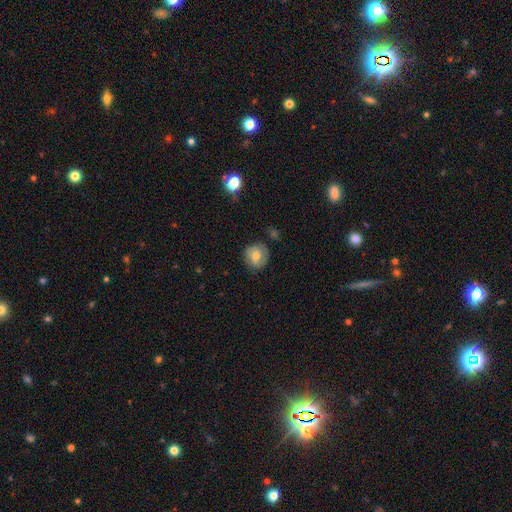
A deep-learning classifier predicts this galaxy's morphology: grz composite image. It shows a smooth galaxy with no disk features (51%) that is round (83%). Merging: none (74%).